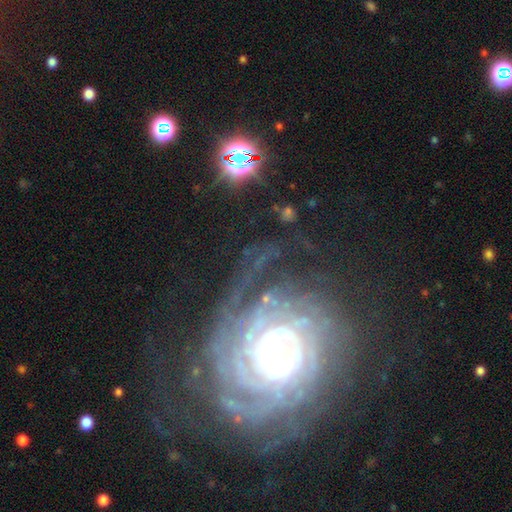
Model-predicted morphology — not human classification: A featured or disk galaxy (86%) with a weak bar (40%), tight (76%) spiral arms (96%) and a moderate central bulge (50%). Merging: none (63%).